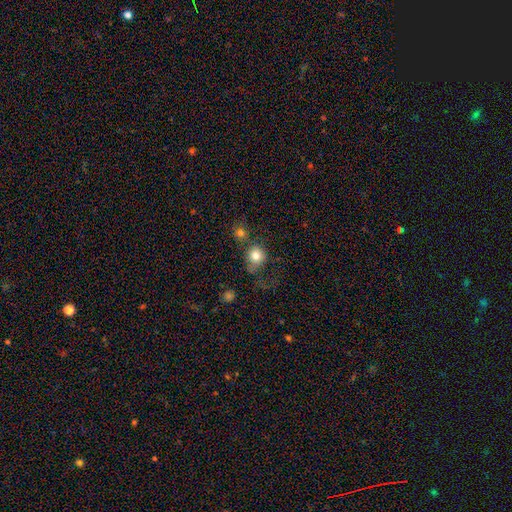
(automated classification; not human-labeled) Smooth or featured? Predicted: smooth (p=0.79). How rounded? Predicted: round (p=0.79). Merging? Predicted: none (p=0.44).